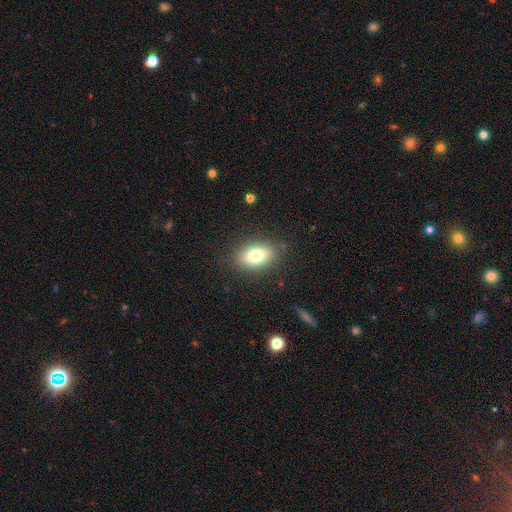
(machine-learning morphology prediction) Q: Smooth or featured?
A: smooth (78%); runner-up: featured or disk (12%)
Q: How rounded?
A: in between (85%); runner-up: round (13%)
Q: Merging?
A: none (84%); runner-up: minor disturbance (11%)